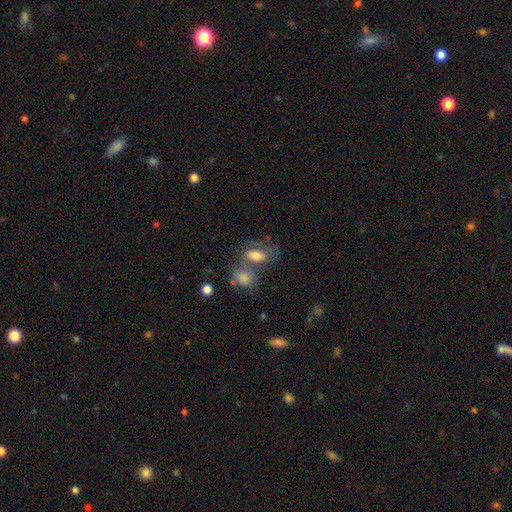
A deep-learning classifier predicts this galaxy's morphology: smooth_or_featured: smooth (p=0.64) [alt: featured or disk p=0.27]
how_rounded: in between (p=0.86) [alt: round p=0.10]
merging: merger (p=0.43) [alt: none p=0.32]